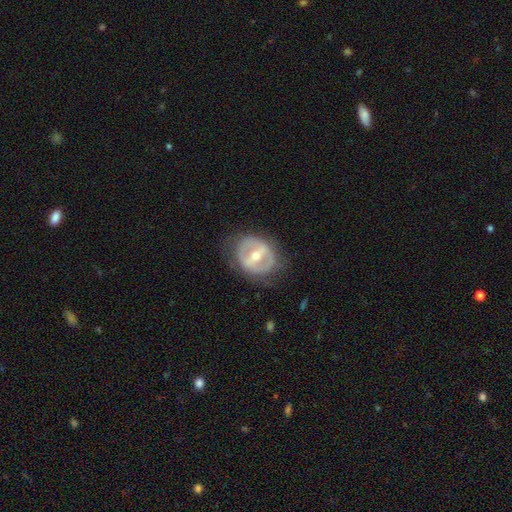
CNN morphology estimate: featured or disk 70%, smooth 24%, star or artifact 6%. Down the decision tree: edge-on disk — no (94%); bar — strong (61%); spiral arms — no (76%); bulge size — moderate (68%); merging — none (74%).